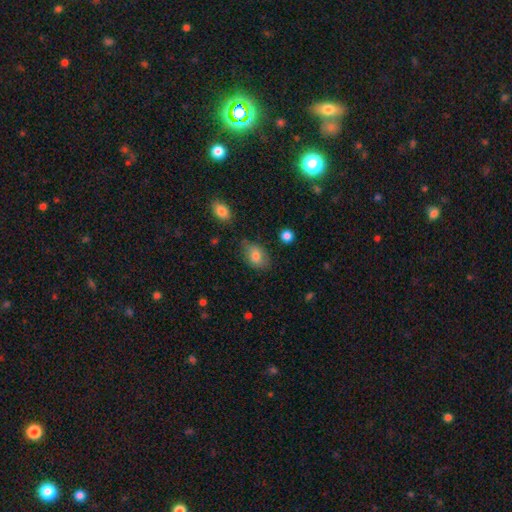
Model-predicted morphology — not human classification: This is likely a smooth galaxy (80%). How rounded: clearly in between (84%). Merging: likely none (68%).